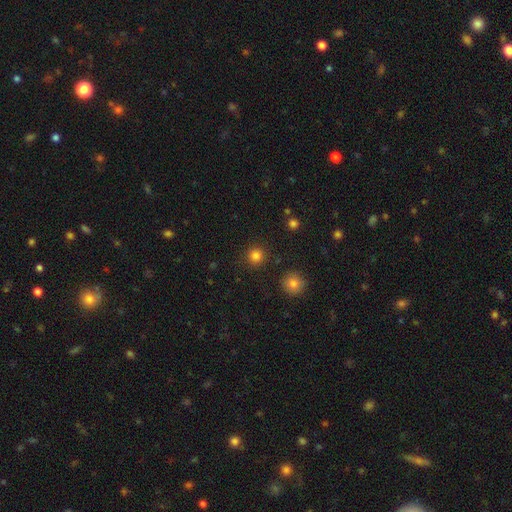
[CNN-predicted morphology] Q: Smooth or featured?
A: smooth (83%); runner-up: star or artifact (13%)
Q: How rounded?
A: round (94%); runner-up: in between (5%)
Q: Merging?
A: none (90%); runner-up: minor disturbance (6%)